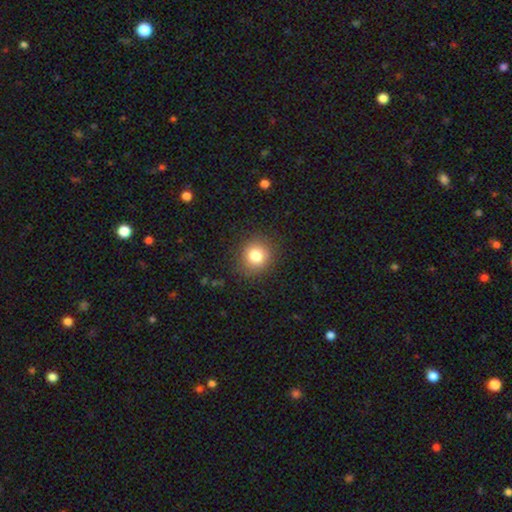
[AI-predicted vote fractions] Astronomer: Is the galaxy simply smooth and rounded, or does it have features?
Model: smooth — 80%.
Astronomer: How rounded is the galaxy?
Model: round — 88%.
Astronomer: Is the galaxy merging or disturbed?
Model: none — 87%.